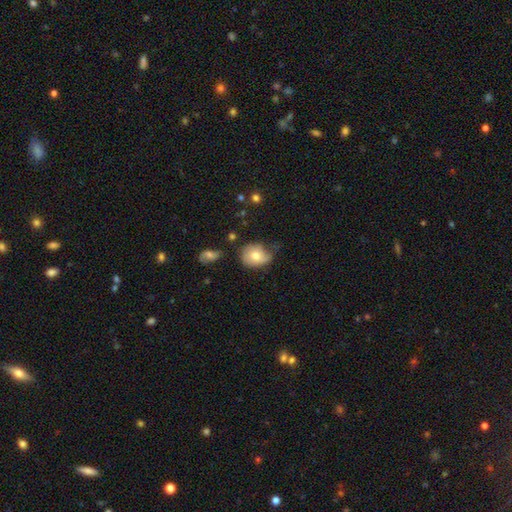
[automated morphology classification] smooth_or_featured: smooth (p=0.68) [alt: featured or disk p=0.24]
how_rounded: round (p=0.55) [alt: in between p=0.44]
merging: minor disturbance (p=0.41) [alt: none p=0.36]